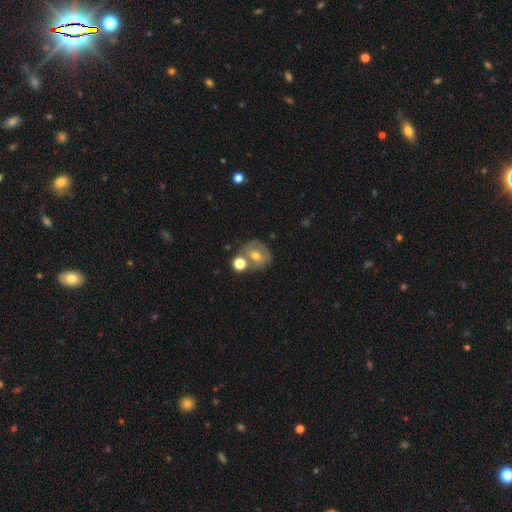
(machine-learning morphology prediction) Overall: smooth (55%; featured or disk 35%). How rounded: round (72%). Merging: none (50%; merger 30%).